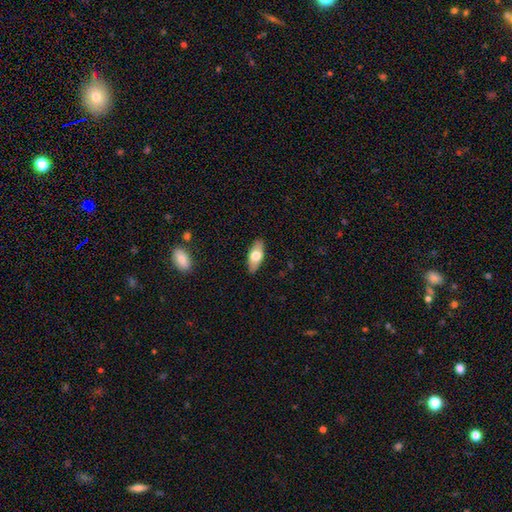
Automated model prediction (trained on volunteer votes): Q: Smooth or featured?
A: smooth (68%); runner-up: featured or disk (26%)
Q: How rounded?
A: in between (84%); runner-up: cigar-shaped (13%)
Q: Merging?
A: none (88%); runner-up: minor disturbance (9%)